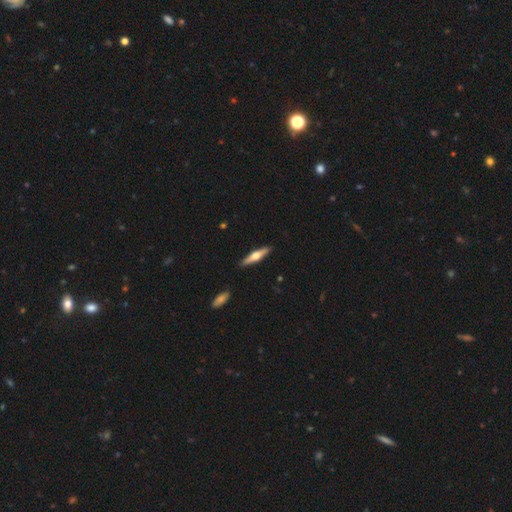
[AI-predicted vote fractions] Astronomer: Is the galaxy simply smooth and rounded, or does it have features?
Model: featured or disk — 54% (runner-up: smooth, 41%).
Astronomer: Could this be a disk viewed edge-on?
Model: yes — 94%.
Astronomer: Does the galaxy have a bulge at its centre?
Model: rounded — 93%.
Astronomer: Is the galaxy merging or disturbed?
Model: none — 90%.